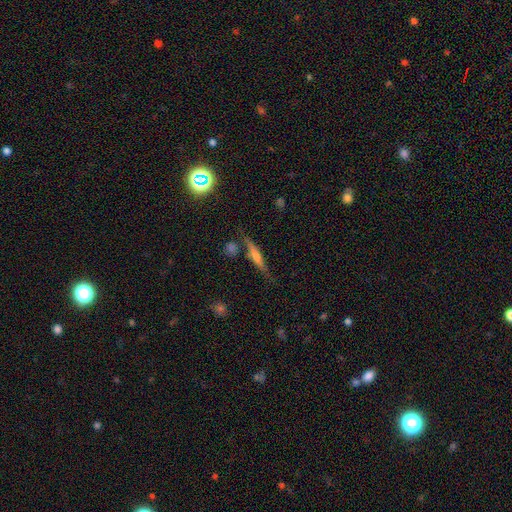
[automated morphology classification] smooth_or_featured: featured or disk (p=0.63) [alt: smooth p=0.27]
disk_edge_on: yes (p=0.94) [alt: no p=0.06]
edge_on_bulge: rounded (p=0.71) [alt: boxy p=0.15]
merging: none (p=0.75) [alt: minor disturbance p=0.15]